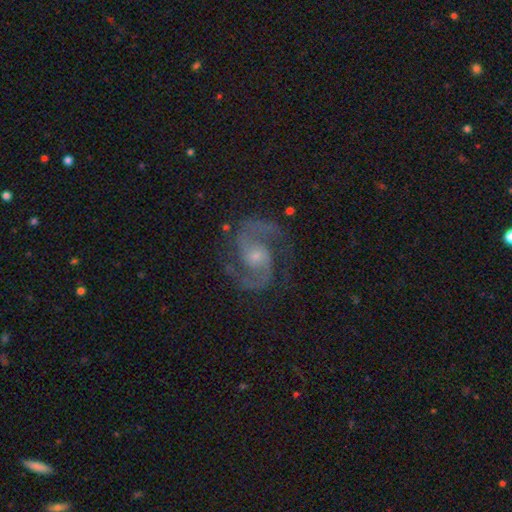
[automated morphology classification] A featured or disk galaxy (92%) with no bar (48%), 2 (94%) medium (67%) spiral arms (98%) and a small central bulge (58%).

Vote fractions:
- Smooth or featured? featured or disk: 92% / star or artifact: 5% / smooth: 3%
- Edge-on disk? no: 98% / yes: 2%
- Bar? no: 48% / weak: 43% / strong: 9%
- Spiral arms? yes: 98% / no: 2%
- Spiral winding? medium: 67% / tight: 17% / loose: 16%
- Spiral arm count? 2: 94% / 3: 2% / can't tell: 2% / 1: 1% / 4: 1% / more than 4: 1%
- Bulge size? small: 58% / moderate: 33% / none: 6% / large: 2% / dominant: 1%
- Merging? none: 79% / minor disturbance: 13% / major disturbance: 6% / merger: 1%